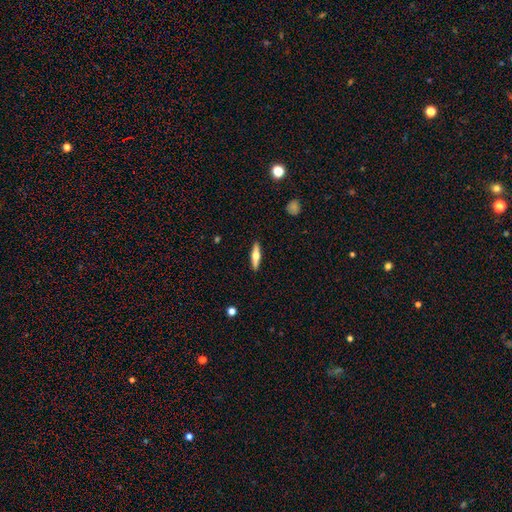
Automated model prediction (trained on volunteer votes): This is possibly a featured or disk galaxy (49%). Merging: clearly none (91%).